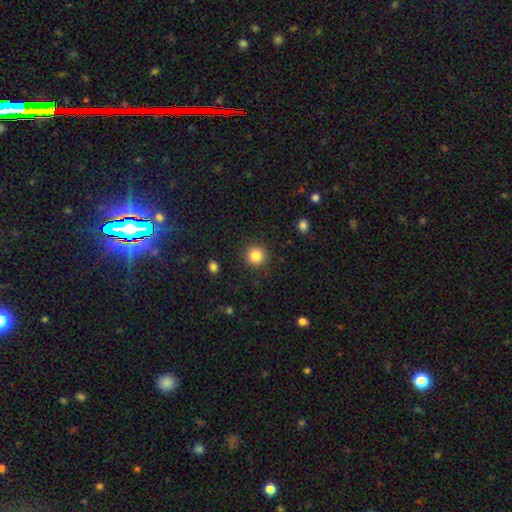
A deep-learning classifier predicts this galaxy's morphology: type=smooth (85%); roundness=round (94%); merging=none (91%).